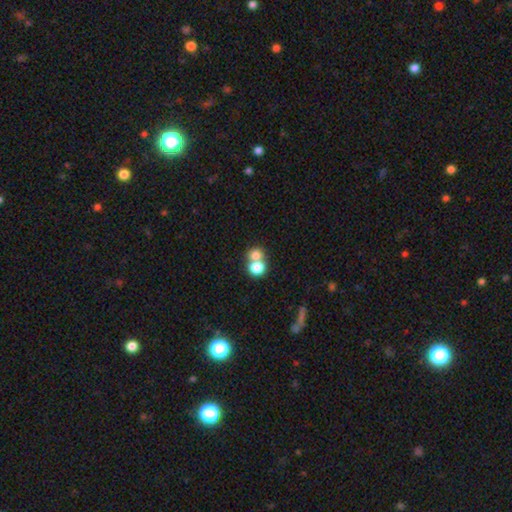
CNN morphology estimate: A smooth galaxy with no disk features (75%) that is round (77%). Merging: merger (54%).